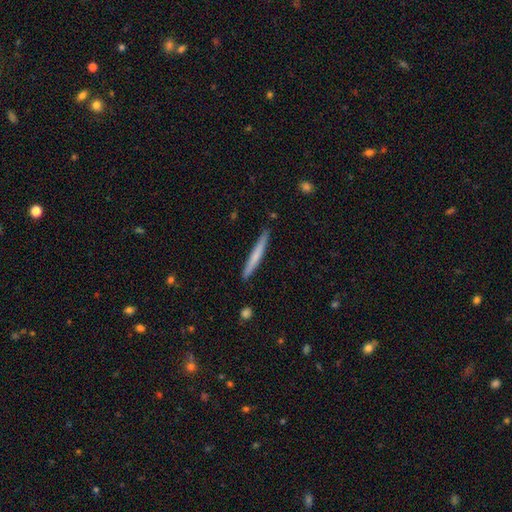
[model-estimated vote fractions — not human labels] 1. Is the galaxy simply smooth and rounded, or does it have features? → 63% smooth, 31% featured or disk, 5% star or artifact.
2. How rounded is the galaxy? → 97% cigar-shaped, 2% in between, 1% round.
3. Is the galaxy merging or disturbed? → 90% none, 7% minor disturbance, 1% major disturbance, 1% merger.